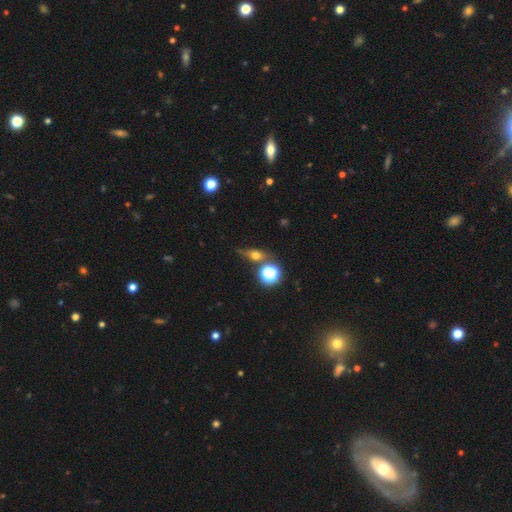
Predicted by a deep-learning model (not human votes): smooth-or-featured: smooth: 50% | featured or disk: 26% | star or artifact: 24%
  how-rounded: round: 43% | in between: 41% | cigar-shaped: 16%
  merging: none: 64% | minor disturbance: 18% | merger: 11% | major disturbance: 7%